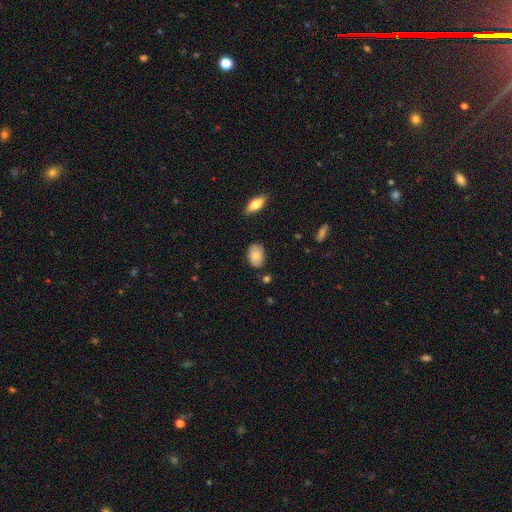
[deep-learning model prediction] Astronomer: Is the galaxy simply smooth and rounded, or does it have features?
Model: smooth — 76%.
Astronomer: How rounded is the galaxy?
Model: in between — 87%.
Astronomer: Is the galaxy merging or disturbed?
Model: none — 77%.